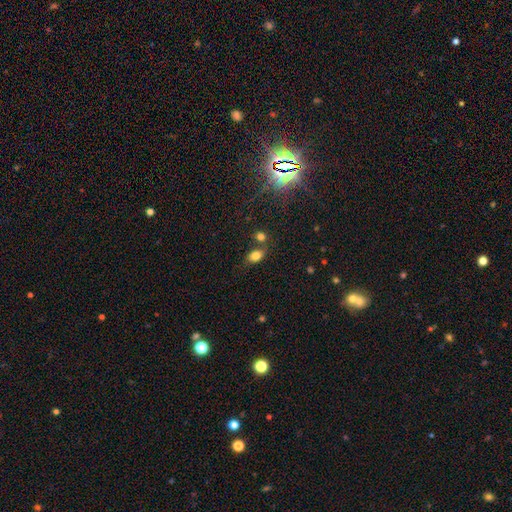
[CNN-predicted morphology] A smooth galaxy with no disk features (80%) that is in between round and cigar-shaped (81%). Merging: none (64%).